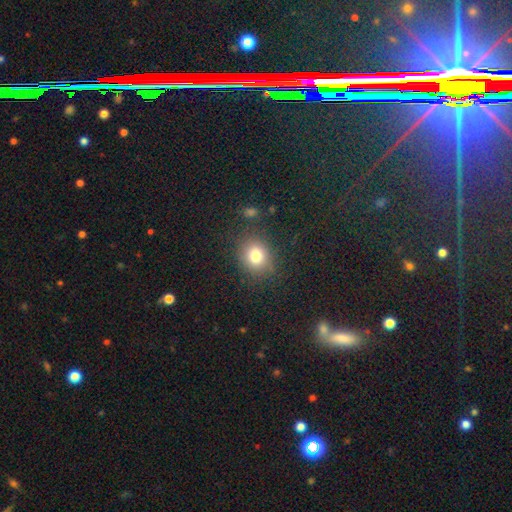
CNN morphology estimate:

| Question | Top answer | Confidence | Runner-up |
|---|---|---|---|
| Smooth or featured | smooth | 78% | star or artifact (13%) |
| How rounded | round | 67% | in between (32%) |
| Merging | none | 81% | minor disturbance (12%) |